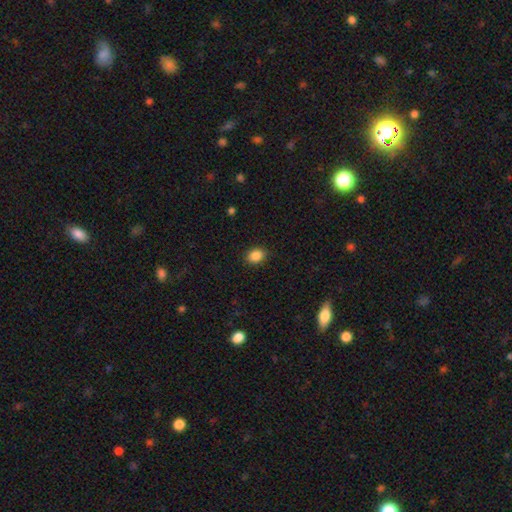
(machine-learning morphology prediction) This appears to be a smooth galaxy with no disk features (87%) that is in between round and cigar-shaped (54%). Merging: none (88%).